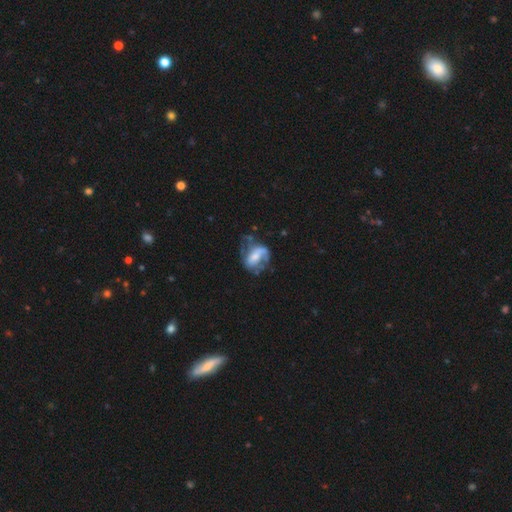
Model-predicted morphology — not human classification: A featured or disk galaxy (67%) with a weak bar (39%), spiral arms (73%) and a moderate central bulge (41%). Merging: none (39%).